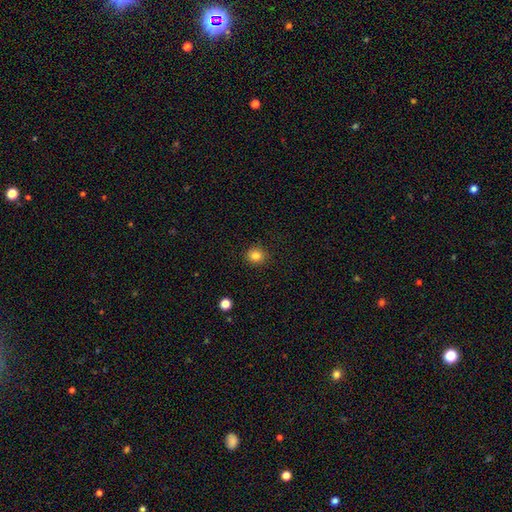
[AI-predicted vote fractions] Smooth or featured: smooth — 83% (star or artifact — 11%)
How rounded: round — 86% (in between — 13%)
Merging: none — 90% (minor disturbance — 7%)